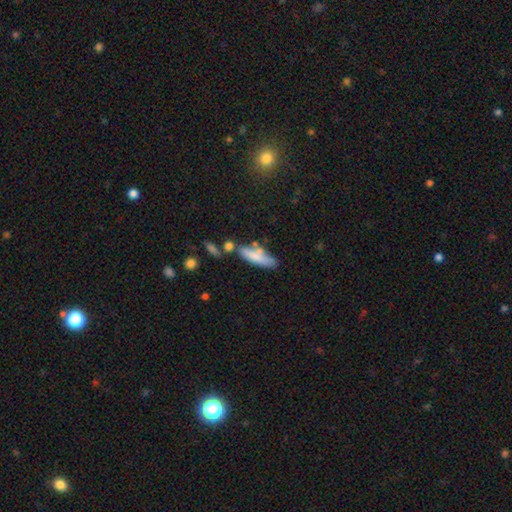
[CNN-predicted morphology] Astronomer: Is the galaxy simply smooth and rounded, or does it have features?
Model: smooth — 75%.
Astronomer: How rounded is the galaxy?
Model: cigar-shaped — 56% (runner-up: in between, 42%).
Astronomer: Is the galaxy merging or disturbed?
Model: none — 53%.